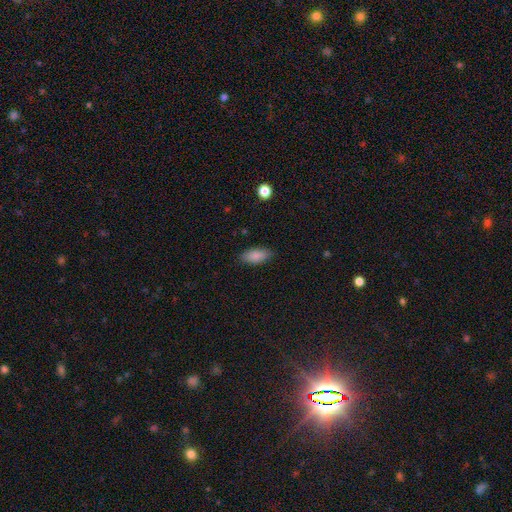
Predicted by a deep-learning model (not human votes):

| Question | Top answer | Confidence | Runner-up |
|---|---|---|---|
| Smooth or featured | smooth | 87% | star or artifact (7%) |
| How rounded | in between | 85% | cigar-shaped (12%) |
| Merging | none | 86% | minor disturbance (11%) |